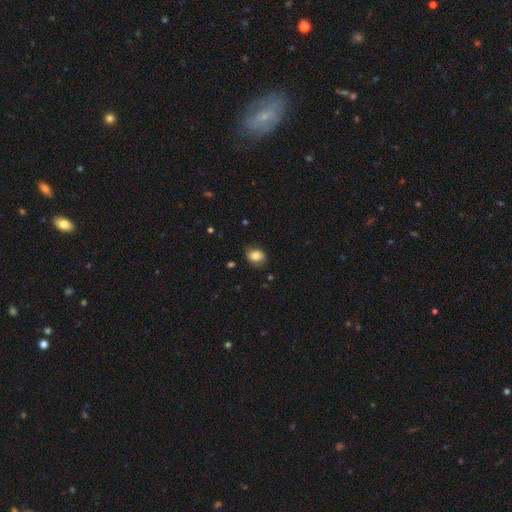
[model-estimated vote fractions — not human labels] Overall: smooth (78%). How rounded: in between (57%; round 42%). Merging: none (74%).